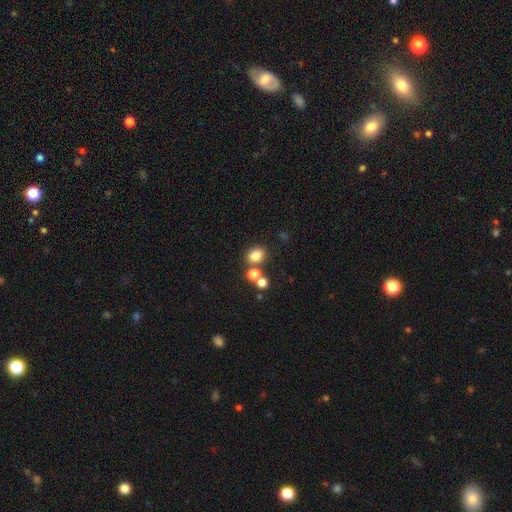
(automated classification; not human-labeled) Morphology: type=smooth (80%); roundness=round (50%); merging=none (66%).